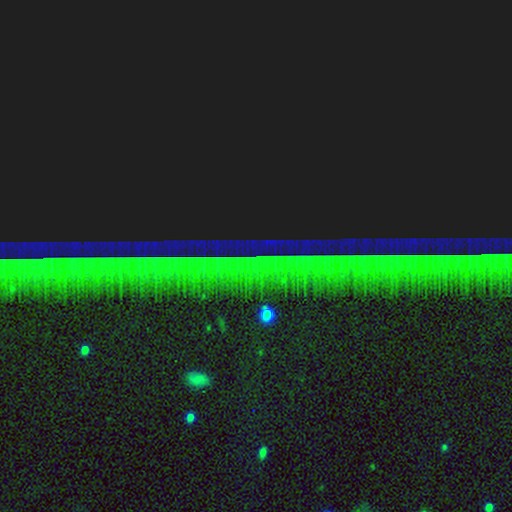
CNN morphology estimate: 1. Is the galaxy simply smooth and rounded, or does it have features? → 88% star or artifact, 6% featured or disk, 6% smooth.